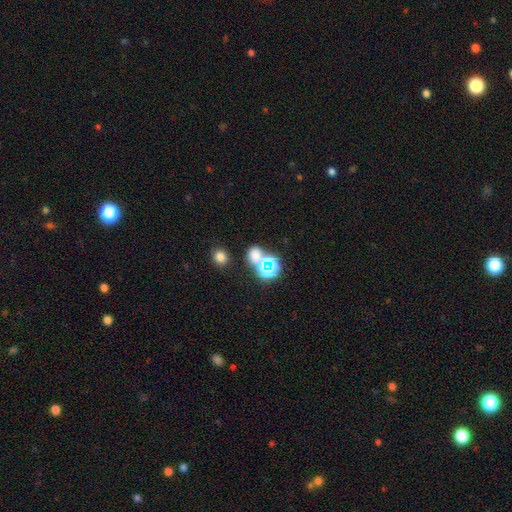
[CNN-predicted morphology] Smooth or featured? smooth (56%)
How rounded? round (68%)
Merging? none (64%)